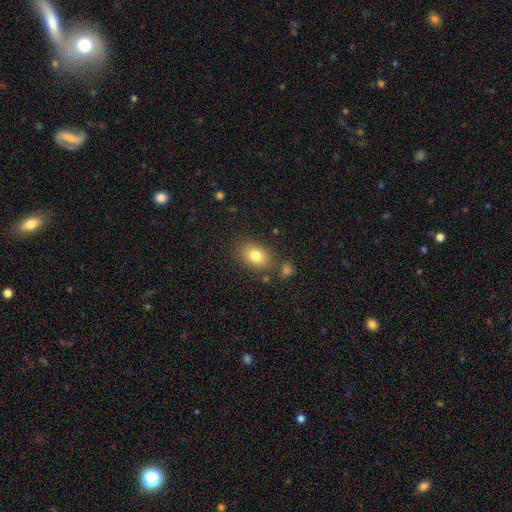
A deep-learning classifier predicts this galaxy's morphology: smooth_or_featured: smooth (p=0.81) [alt: featured or disk p=0.10]
how_rounded: in between (p=0.78) [alt: round p=0.21]
merging: none (p=0.77) [alt: minor disturbance p=0.13]